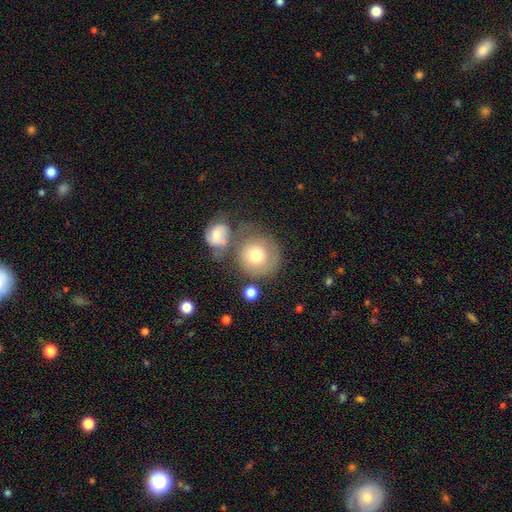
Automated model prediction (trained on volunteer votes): Smooth or featured?
  - smooth: 67% *
  - featured or disk: 25%
  - star or artifact: 8%
How rounded?
  - round: 91% *
  - in between: 8%
  - cigar-shaped: 1%
Merging?
  - none: 52% *
  - merger: 22%
  - minor disturbance: 16%
  - major disturbance: 10%